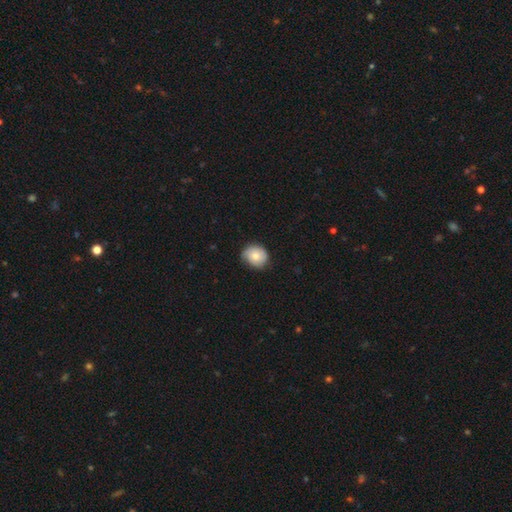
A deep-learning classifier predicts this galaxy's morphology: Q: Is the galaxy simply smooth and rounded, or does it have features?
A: smooth — 77%.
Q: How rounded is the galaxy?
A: round — 73%.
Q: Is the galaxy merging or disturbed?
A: none — 69%.